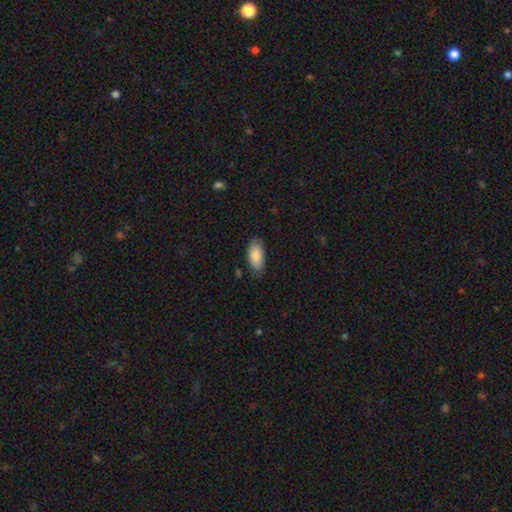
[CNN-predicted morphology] Q: Smooth or featured?
A: smooth (86%); runner-up: featured or disk (8%)
Q: How rounded?
A: in between (91%); runner-up: cigar-shaped (7%)
Q: Merging?
A: none (80%); runner-up: minor disturbance (15%)